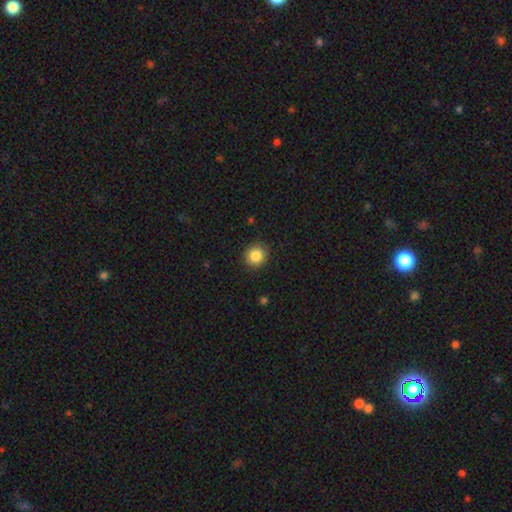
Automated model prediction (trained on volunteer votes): Smooth or featured? Predicted: smooth (p=0.86). How rounded? Predicted: round (p=0.91). Merging? Predicted: none (p=0.91).